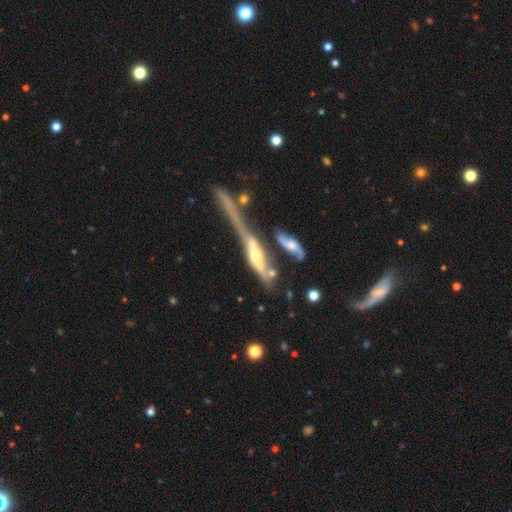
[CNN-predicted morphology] Q: Smooth or featured?
A: featured or disk (67%); runner-up: smooth (24%)
Q: Edge-on disk?
A: yes (71%); runner-up: no (29%)
Q: Merging?
A: merger (40%); runner-up: none (24%)